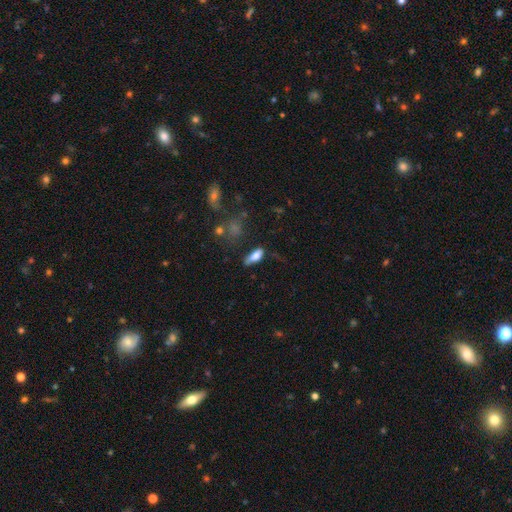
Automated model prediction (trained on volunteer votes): This appears to be a smooth galaxy with no disk features (71%) that is in between round and cigar-shaped (71%). Merging: none (59%).